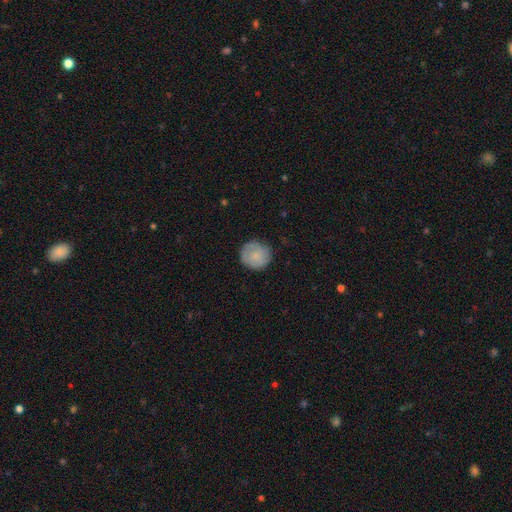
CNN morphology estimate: Q: Smooth or featured?
A: smooth (76%); runner-up: featured or disk (18%)
Q: How rounded?
A: round (92%); runner-up: in between (7%)
Q: Merging?
A: none (83%); runner-up: minor disturbance (13%)